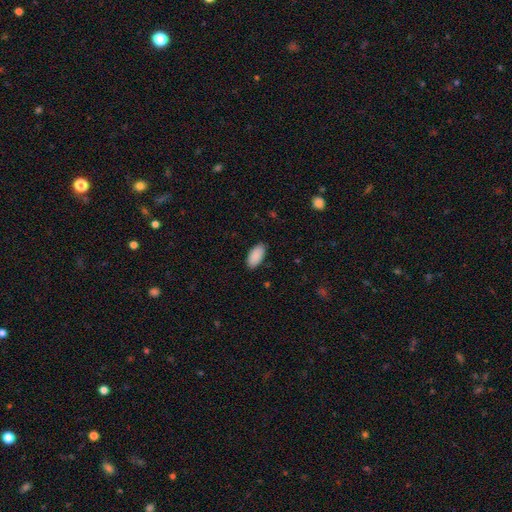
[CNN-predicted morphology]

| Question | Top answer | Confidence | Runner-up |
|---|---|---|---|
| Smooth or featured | smooth | 91% | star or artifact (6%) |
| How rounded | in between | 95% | cigar-shaped (4%) |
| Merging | none | 87% | minor disturbance (10%) |